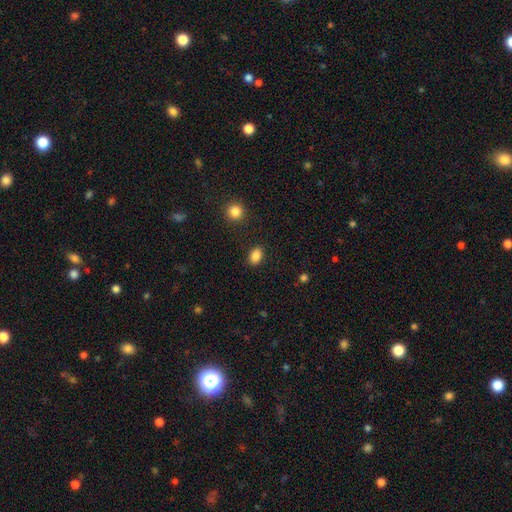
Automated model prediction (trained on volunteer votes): Smooth or featured? Predicted: smooth (p=0.87). How rounded? Predicted: in between (p=0.80). Merging? Predicted: none (p=0.88).